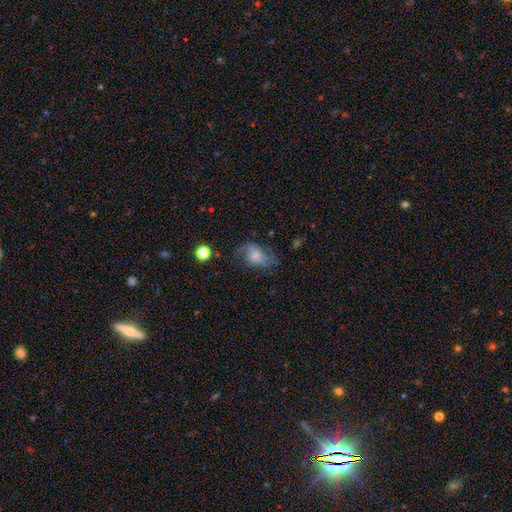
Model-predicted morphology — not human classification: Overall: featured or disk (48%; smooth 42%). Merging: none (48%; minor disturbance 27%).